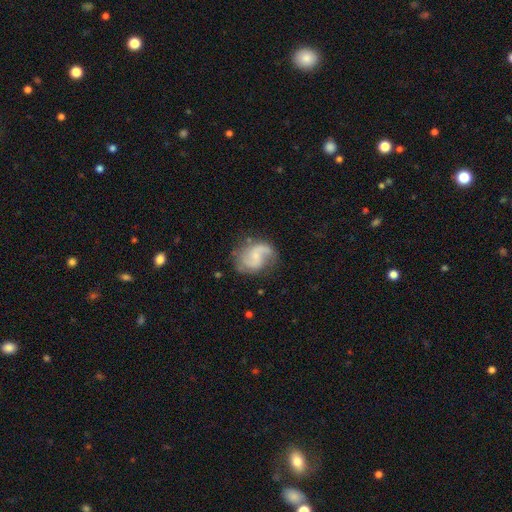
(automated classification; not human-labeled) Q: Smooth or featured?
A: featured or disk (78%); runner-up: smooth (15%)
Q: Edge-on disk?
A: no (98%); runner-up: yes (2%)
Q: Bar?
A: no (55%); runner-up: weak (39%)
Q: Spiral arms?
A: yes (94%); runner-up: no (6%)
Q: Spiral winding?
A: loose (45%); runner-up: medium (42%)
Q: Spiral arm count?
A: 2 (80%); runner-up: 1 (9%)
Q: Bulge size?
A: small (58%); runner-up: none (20%)
Q: Merging?
A: none (63%); runner-up: minor disturbance (22%)